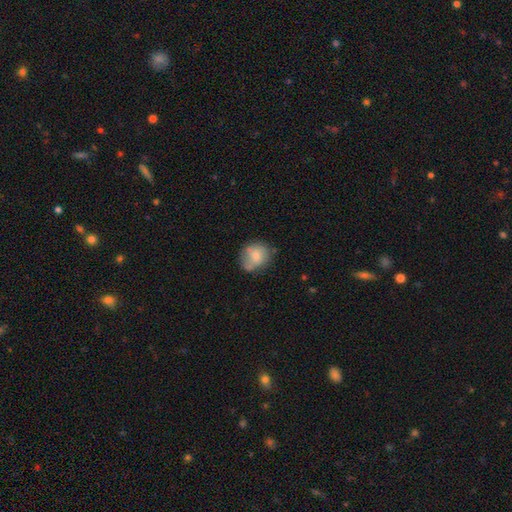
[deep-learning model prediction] A smooth galaxy with no disk features (70%) that is round (64%). Merging: none (52%).